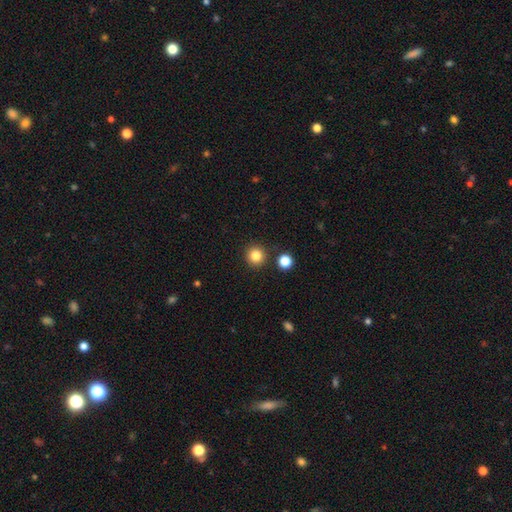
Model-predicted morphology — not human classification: This is clearly a smooth galaxy (84%). How rounded: clearly round (95%). Merging: clearly none (90%).